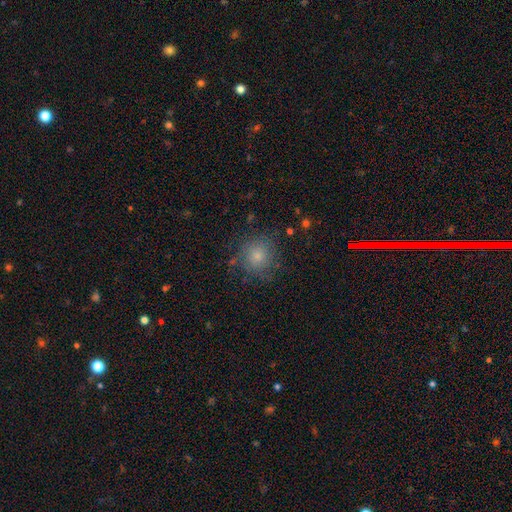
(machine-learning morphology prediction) This appears to be a smooth galaxy with no disk features (71%) that is round (90%). Merging: none (76%).